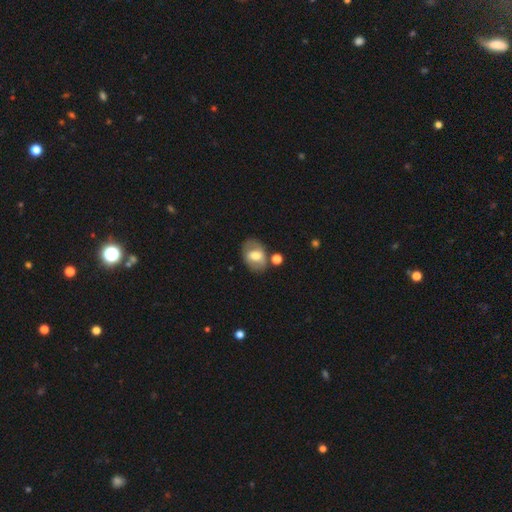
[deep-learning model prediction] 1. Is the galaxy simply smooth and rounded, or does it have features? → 54% smooth, 38% featured or disk, 8% star or artifact.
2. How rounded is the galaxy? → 74% in between, 24% round, 1% cigar-shaped.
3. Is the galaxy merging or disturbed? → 66% none, 18% minor disturbance, 9% merger, 7% major disturbance.